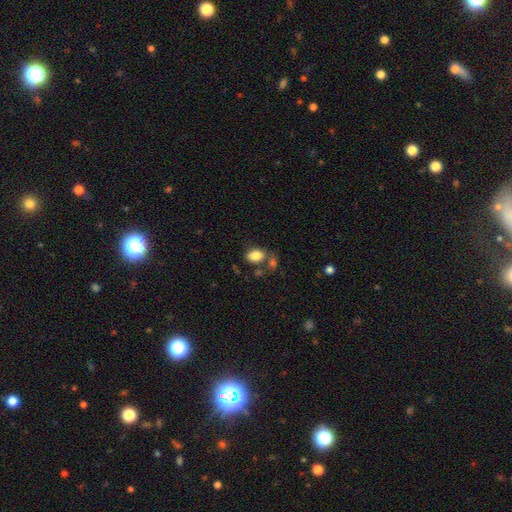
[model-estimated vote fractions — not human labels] smooth_or_featured: smooth (p=0.83) [alt: featured or disk p=0.09]
how_rounded: in between (p=0.81) [alt: round p=0.18]
merging: none (p=0.59) [alt: merger p=0.21]